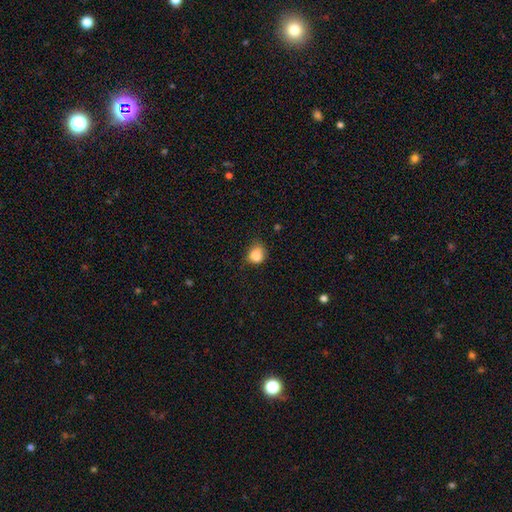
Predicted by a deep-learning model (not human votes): Smooth or featured? smooth (84%)
How rounded? round (63%)
Merging? none (59%)